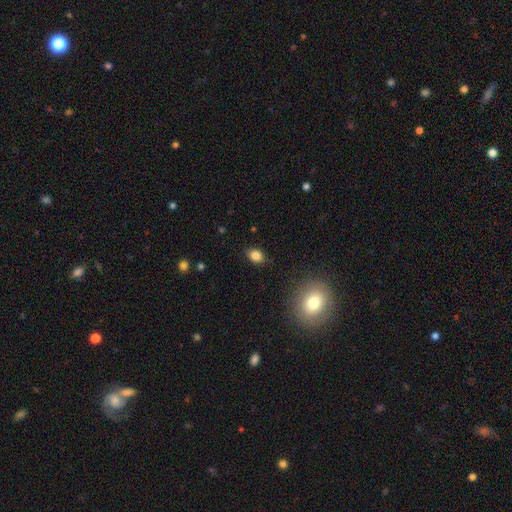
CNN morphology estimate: Smooth or featured: smooth — 84% (star or artifact — 11%)
How rounded: in between — 62% (round — 36%)
Merging: none — 85% (minor disturbance — 11%)